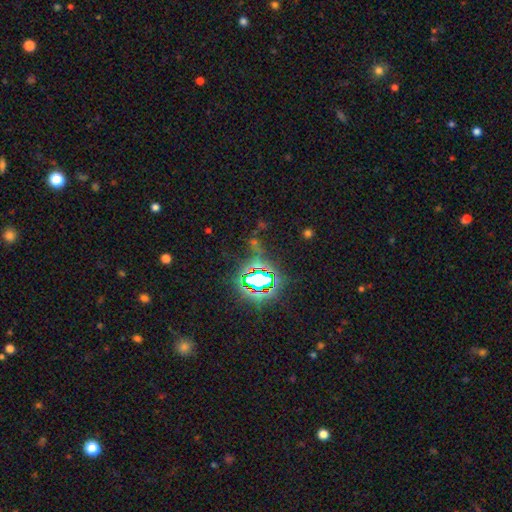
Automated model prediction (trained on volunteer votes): Smooth or featured: star or artifact — 83% (smooth — 10%)